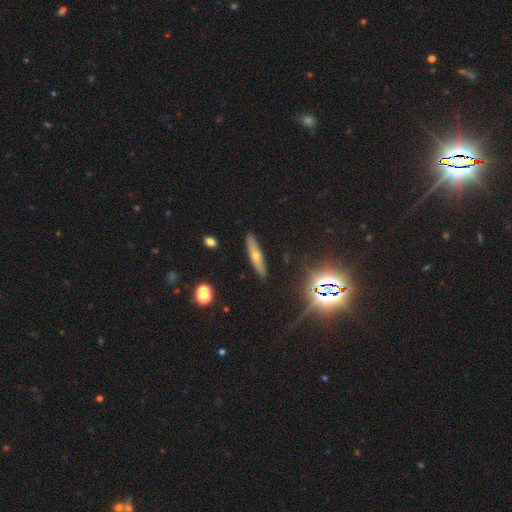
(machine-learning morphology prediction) Overall: smooth (43%; featured or disk 41%). Merging: none (88%).